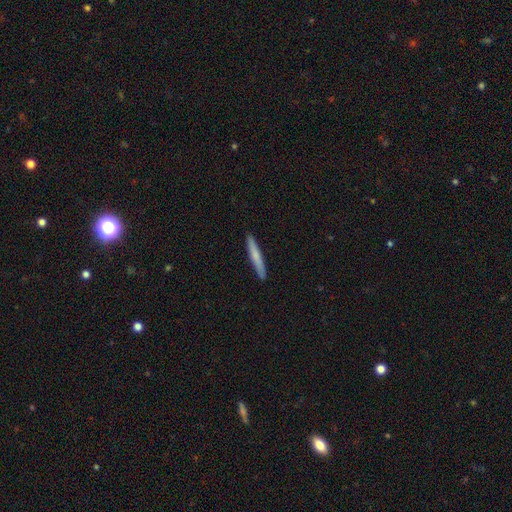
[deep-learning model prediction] This appears to be a smooth galaxy with no disk features (68%) that is cigar-shaped (95%). Merging: none (91%).